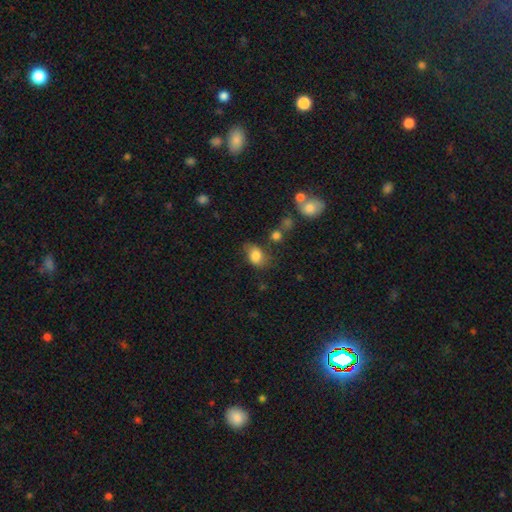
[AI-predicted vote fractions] smooth 79%, featured or disk 12%, star or artifact 9%. Down the decision tree: how rounded — in between (73%); merging — none (57%).